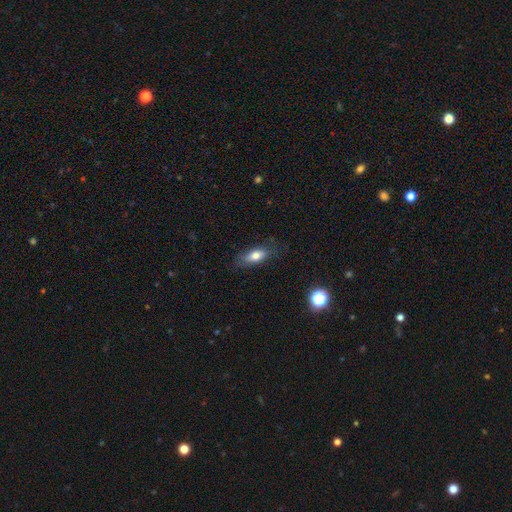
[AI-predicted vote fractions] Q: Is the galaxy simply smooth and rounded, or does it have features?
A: smooth — 74%.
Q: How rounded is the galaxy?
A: in between — 74%.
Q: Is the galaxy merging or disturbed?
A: none — 75%.